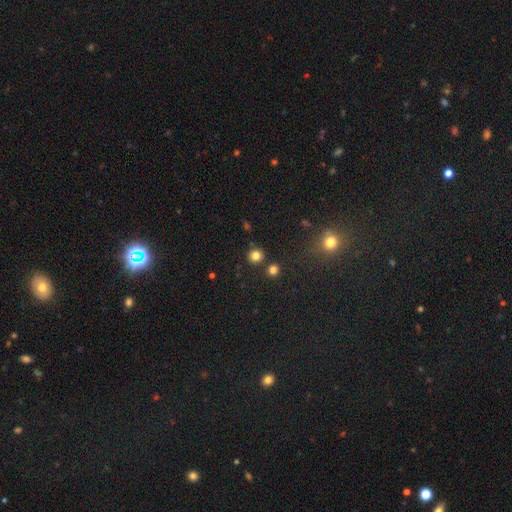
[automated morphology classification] A smooth galaxy with no disk features (81%) that is round (93%).

Vote fractions:
- Smooth or featured? smooth: 81% / star or artifact: 14% / featured or disk: 5%
- How rounded? round: 93% / in between: 6% / cigar-shaped: 1%
- Merging? none: 86% / merger: 7% / minor disturbance: 6% / major disturbance: 2%